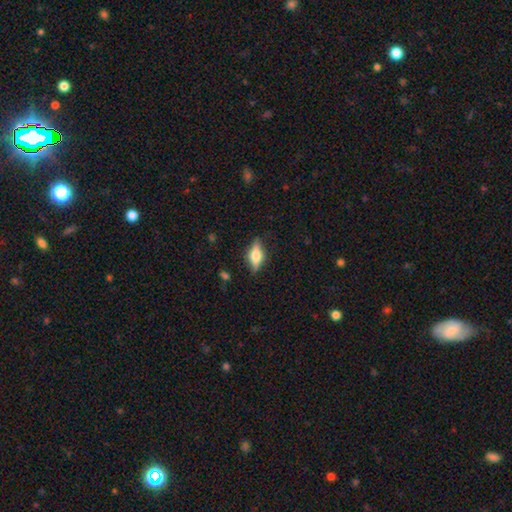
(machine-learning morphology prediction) A featured or disk galaxy (47%). Merging: none (82%).